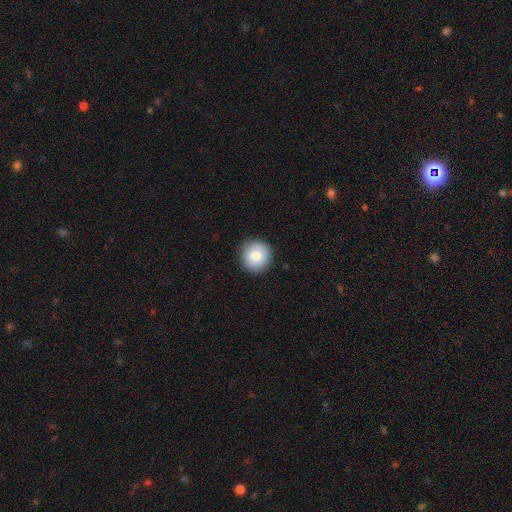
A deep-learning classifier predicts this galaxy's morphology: Smooth or featured: smooth — 77% (featured or disk — 15%)
How rounded: round — 93% (in between — 6%)
Merging: none — 90% (minor disturbance — 7%)